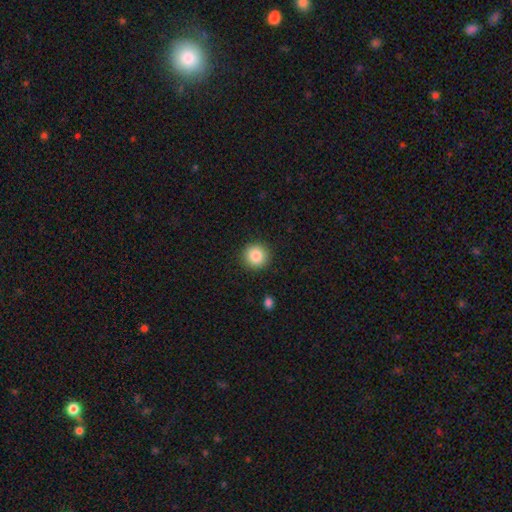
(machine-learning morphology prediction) smooth 87%, star or artifact 9%, featured or disk 5%. Down the decision tree: how rounded — round (94%); merging — none (91%).